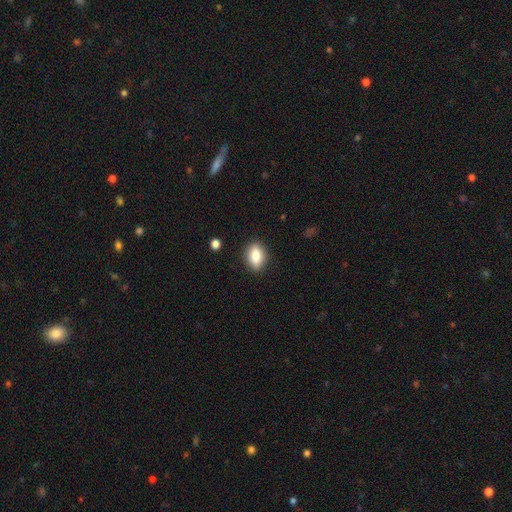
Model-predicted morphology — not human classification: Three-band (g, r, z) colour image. It shows a smooth galaxy with no disk features (80%) that is in between round and cigar-shaped (80%). Merging: none (87%).